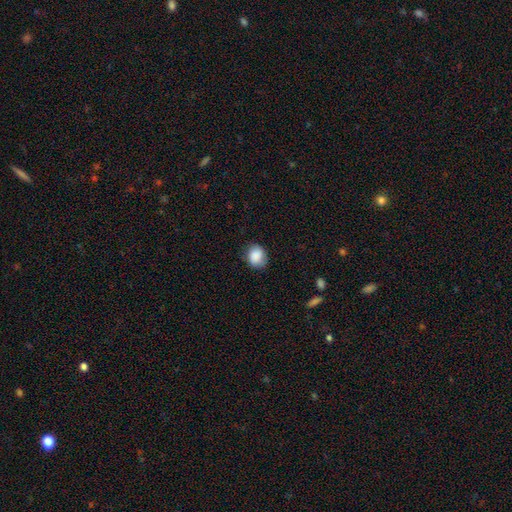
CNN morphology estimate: smooth 86%, star or artifact 8%, featured or disk 6%. Down the decision tree: how rounded — round (62%); merging — none (75%).